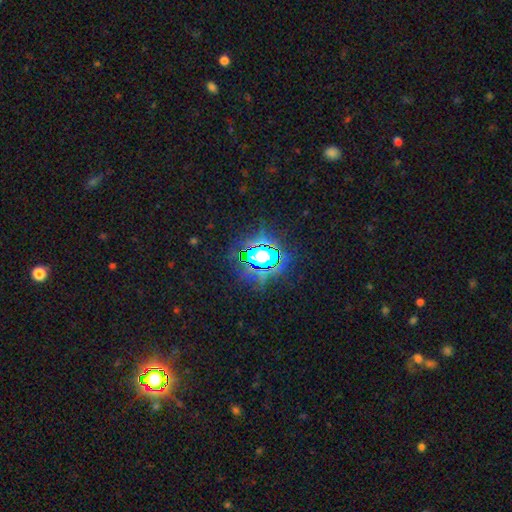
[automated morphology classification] Smooth or featured? star or artifact (79%)